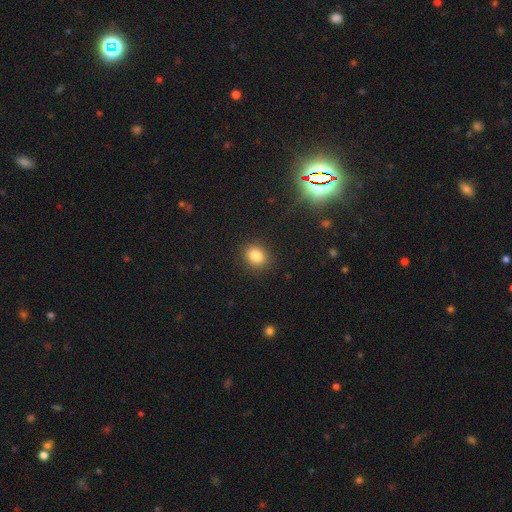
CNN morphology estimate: type=smooth (83%); roundness=round (67%); merging=none (89%).